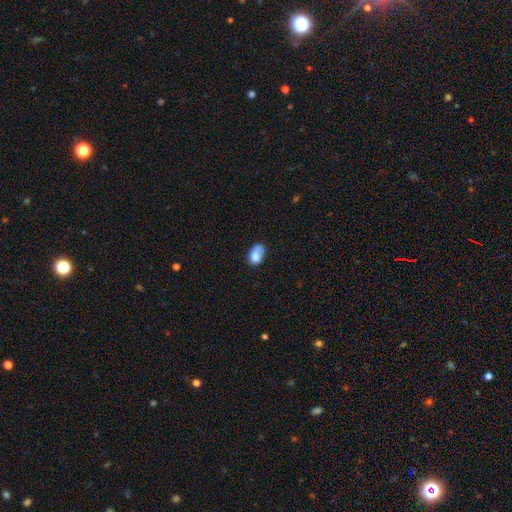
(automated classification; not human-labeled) This appears to be a smooth galaxy with no disk features (75%) that is in between round and cigar-shaped (78%). Merging: none (37%).